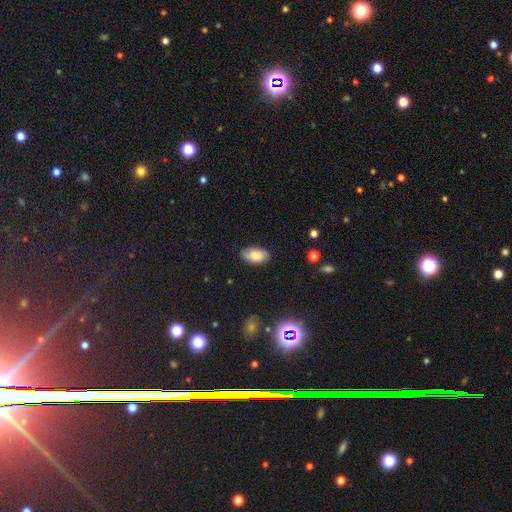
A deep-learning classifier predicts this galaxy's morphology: smooth-or-featured: smooth: 74% | featured or disk: 17% | star or artifact: 9%
  how-rounded: in between: 93% | round: 5% | cigar-shaped: 2%
  merging: none: 81% | minor disturbance: 15% | major disturbance: 3% | merger: 1%